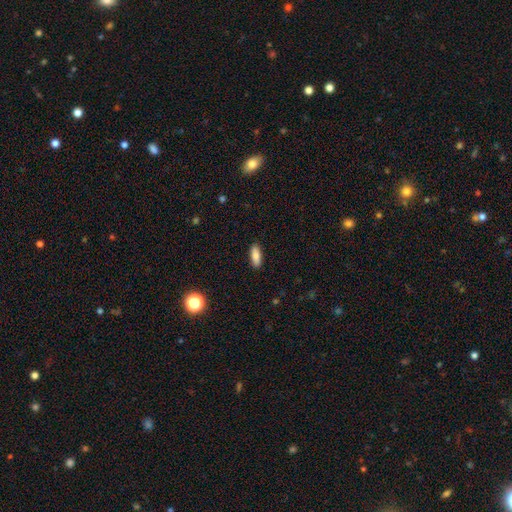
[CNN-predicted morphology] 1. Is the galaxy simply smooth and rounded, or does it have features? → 85% smooth, 7% featured or disk, 7% star or artifact.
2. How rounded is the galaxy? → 68% in between, 29% cigar-shaped, 2% round.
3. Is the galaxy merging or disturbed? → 90% none, 7% minor disturbance, 2% major disturbance, 1% merger.